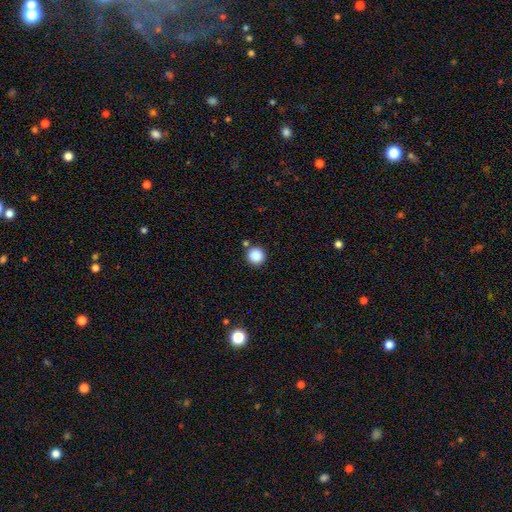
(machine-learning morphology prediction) Smooth or featured? smooth (87%)
How rounded? round (95%)
Merging? none (84%)